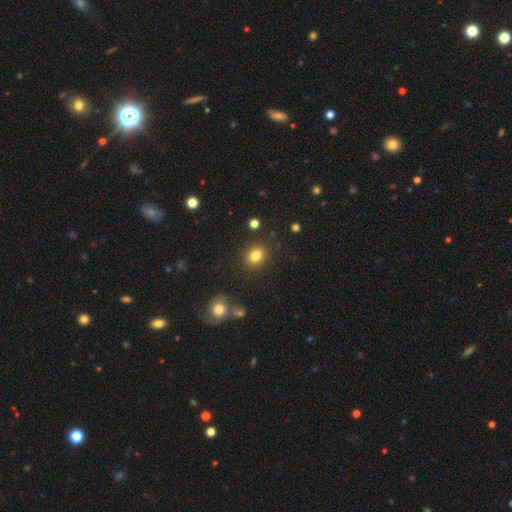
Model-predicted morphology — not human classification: Q: Smooth or featured?
A: smooth (82%); runner-up: star or artifact (12%)
Q: How rounded?
A: round (71%); runner-up: in between (29%)
Q: Merging?
A: none (87%); runner-up: minor disturbance (8%)